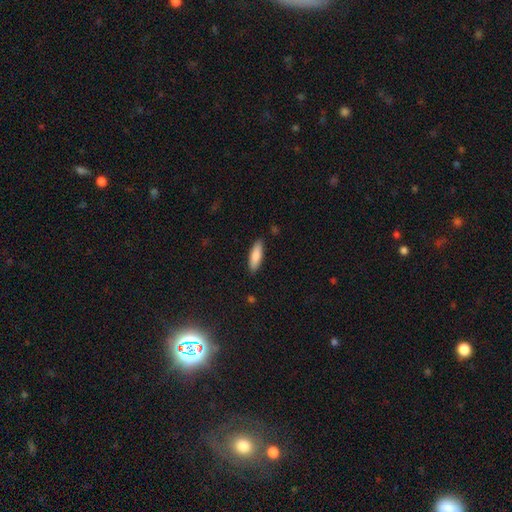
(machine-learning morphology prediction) smooth-or-featured: smooth: 83% | featured or disk: 11% | star or artifact: 6%
  how-rounded: cigar-shaped: 51% | in between: 47% | round: 2%
  merging: none: 87% | minor disturbance: 9% | major disturbance: 2% | merger: 1%